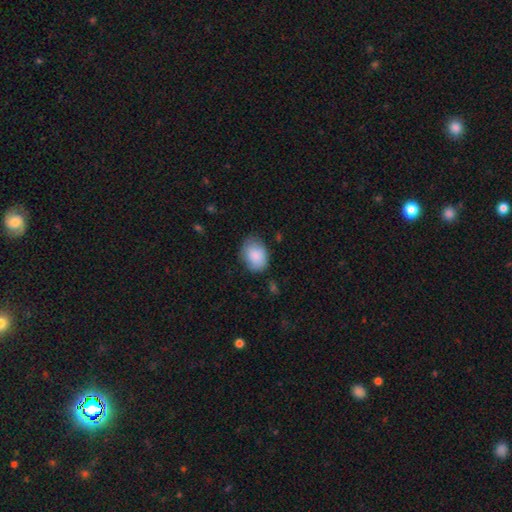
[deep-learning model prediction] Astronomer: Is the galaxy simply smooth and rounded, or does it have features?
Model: smooth — 86%.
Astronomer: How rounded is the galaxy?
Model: in between — 72%.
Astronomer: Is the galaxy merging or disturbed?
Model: none — 71%.